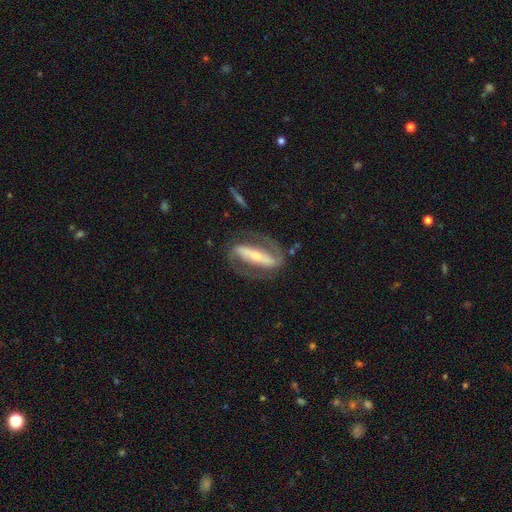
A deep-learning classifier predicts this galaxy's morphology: smooth_or_featured: featured or disk (p=0.85) [alt: smooth p=0.11]
disk_edge_on: no (p=0.86) [alt: yes p=0.14]
bar: strong (p=0.80) [alt: weak p=0.12]
has_spiral_arms: yes (p=0.88) [alt: no p=0.12]
spiral_winding: medium (p=0.46) [alt: tight p=0.33]
spiral_arm_count: 2 (p=0.89) [alt: can't tell p=0.04]
bulge_size: small (p=0.54) [alt: moderate p=0.34]
merging: none (p=0.77) [alt: minor disturbance p=0.12]